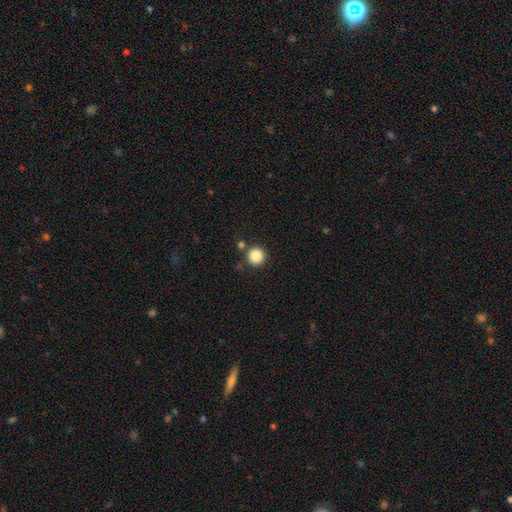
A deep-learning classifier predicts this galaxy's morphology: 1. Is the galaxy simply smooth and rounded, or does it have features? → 87% smooth, 10% star or artifact, 3% featured or disk.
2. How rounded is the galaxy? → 95% round, 4% in between, 1% cigar-shaped.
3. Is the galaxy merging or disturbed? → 84% none, 7% minor disturbance, 6% merger, 3% major disturbance.